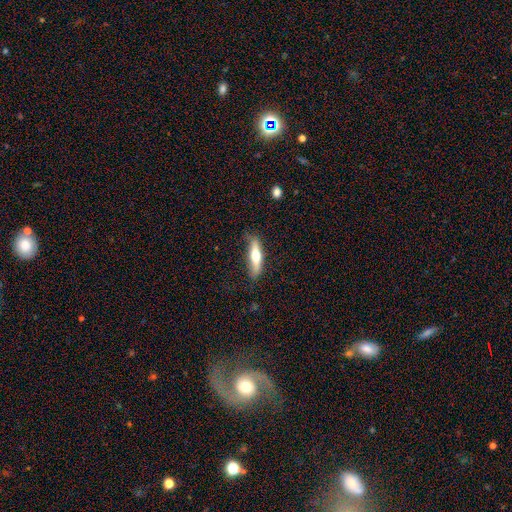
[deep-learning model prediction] A smooth galaxy with no disk features (50%).

Vote fractions:
- Smooth or featured? smooth: 50% / featured or disk: 45% / star or artifact: 5%
- Merging? none: 78% / minor disturbance: 16% / major disturbance: 4% / merger: 1%